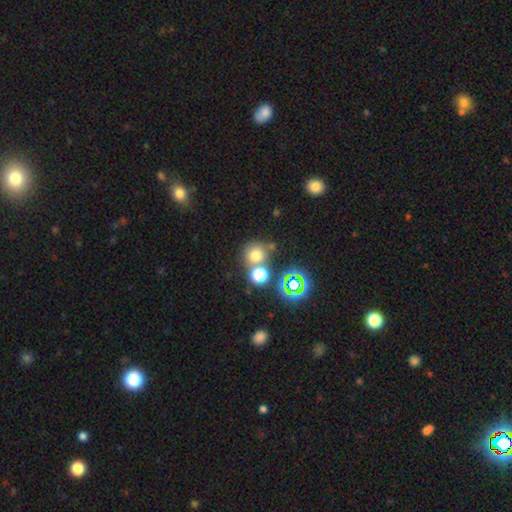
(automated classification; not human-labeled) Morphology: type=smooth (68%); roundness=round (87%); merging=none (58%).